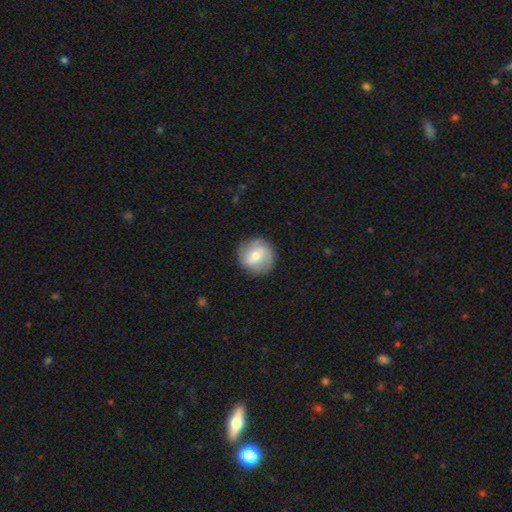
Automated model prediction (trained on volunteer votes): Overall: smooth (54%; featured or disk 39%). How rounded: round (90%). Merging: none (85%).